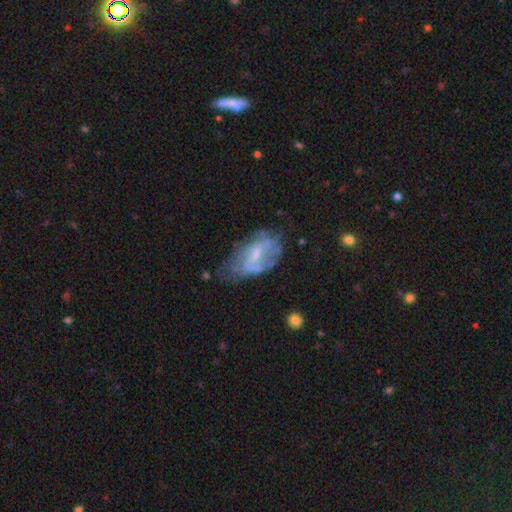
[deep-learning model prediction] Q: Smooth or featured?
A: featured or disk (65%); runner-up: smooth (26%)
Q: Edge-on disk?
A: no (93%); runner-up: yes (7%)
Q: Bar?
A: weak (50%); runner-up: no (31%)
Q: Spiral arms?
A: yes (62%); runner-up: no (38%)
Q: Bulge size?
A: small (45%); runner-up: moderate (34%)
Q: Merging?
A: none (45%); runner-up: minor disturbance (30%)